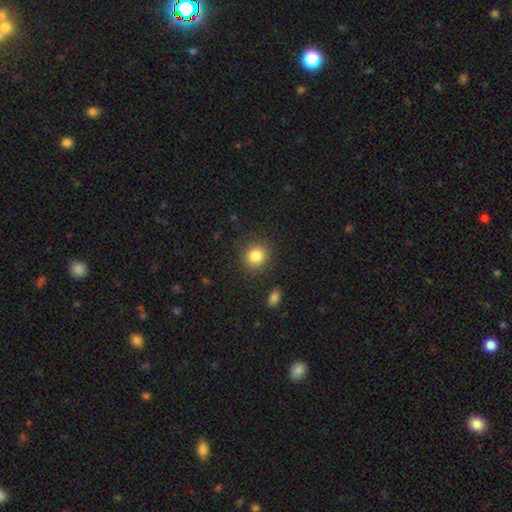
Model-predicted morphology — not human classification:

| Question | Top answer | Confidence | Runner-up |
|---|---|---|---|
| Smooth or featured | smooth | 84% | star or artifact (10%) |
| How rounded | round | 80% | in between (19%) |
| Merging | none | 87% | minor disturbance (8%) |